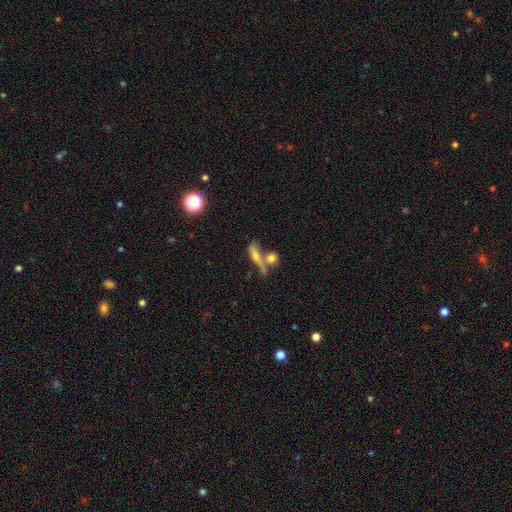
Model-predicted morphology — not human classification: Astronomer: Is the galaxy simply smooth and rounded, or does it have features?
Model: smooth — 54% (runner-up: featured or disk, 35%).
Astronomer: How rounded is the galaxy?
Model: cigar-shaped — 56% (runner-up: in between, 35%).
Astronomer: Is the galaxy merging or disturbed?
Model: merger — 41% (runner-up: none, 37%).